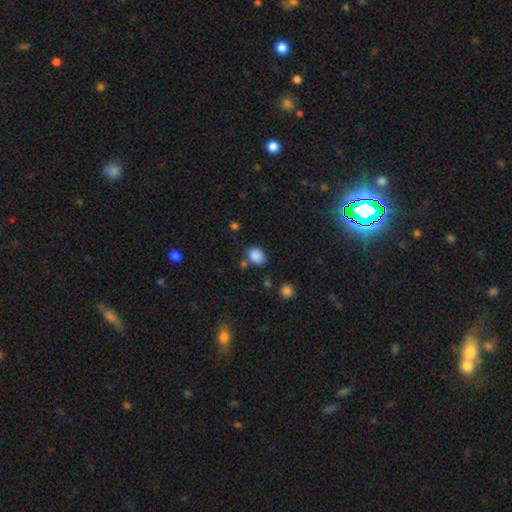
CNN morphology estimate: Q: Smooth or featured?
A: smooth (86%); runner-up: star or artifact (10%)
Q: How rounded?
A: round (51%); runner-up: in between (48%)
Q: Merging?
A: none (73%); runner-up: minor disturbance (15%)